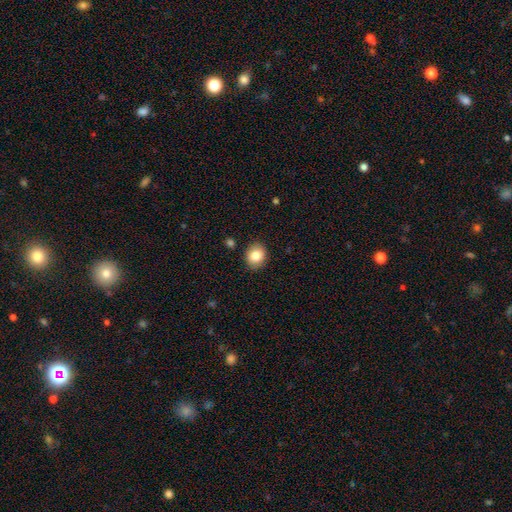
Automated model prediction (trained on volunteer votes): The model was most divided on "how rounded": round: 68%, in between: 31%, cigar-shaped: 1%. More confident: merging — none (88%); smooth or featured — smooth (84%).